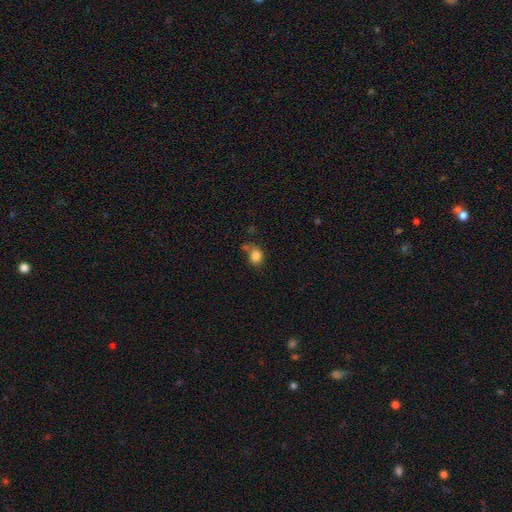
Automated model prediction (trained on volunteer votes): Smooth or featured? smooth (83%)
How rounded? round (53%)
Merging? none (56%)